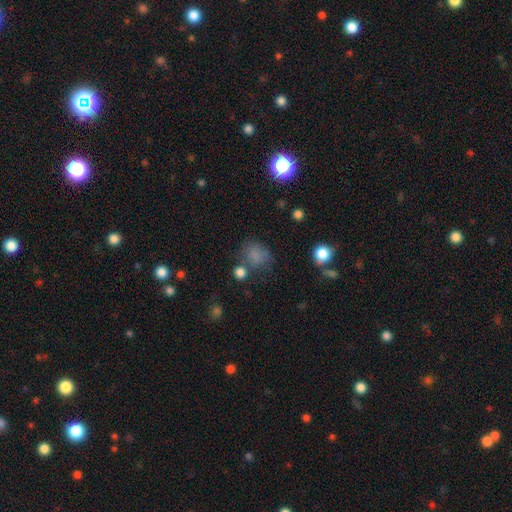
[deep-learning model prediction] A smooth galaxy with no disk features (76%) that is round (65%). Merging: none (55%).